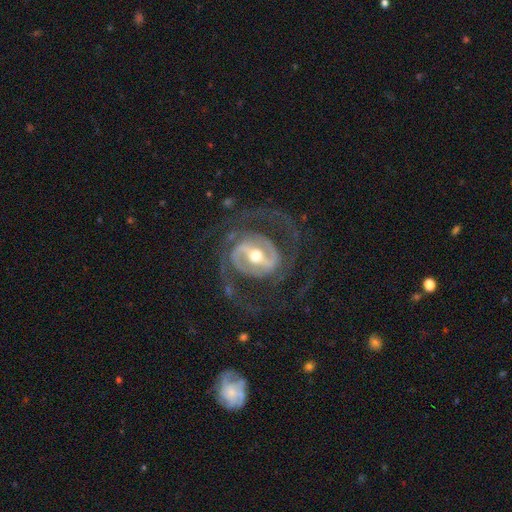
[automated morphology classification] Smooth or featured: featured or disk — 91% (smooth — 5%)
Edge-on disk: no — 97% (yes — 3%)
Bar: strong — 58% (weak — 31%)
Spiral arms: yes — 93% (no — 7%)
Spiral winding: medium — 53% (tight — 28%)
Spiral arm count: 2 — 79% (3 — 8%)
Bulge size: moderate — 71% (small — 15%)
Merging: none — 72% (major disturbance — 15%)